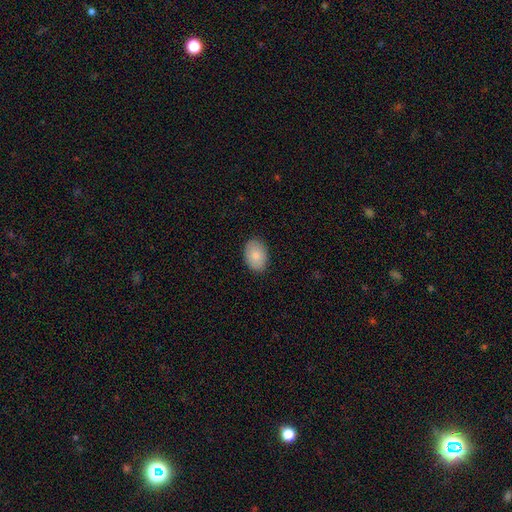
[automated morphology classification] Smooth or featured?
  - smooth: 81% *
  - featured or disk: 12%
  - star or artifact: 7%
How rounded?
  - in between: 82% *
  - round: 17%
  - cigar-shaped: 1%
Merging?
  - none: 88% *
  - minor disturbance: 9%
  - major disturbance: 2%
  - merger: 1%